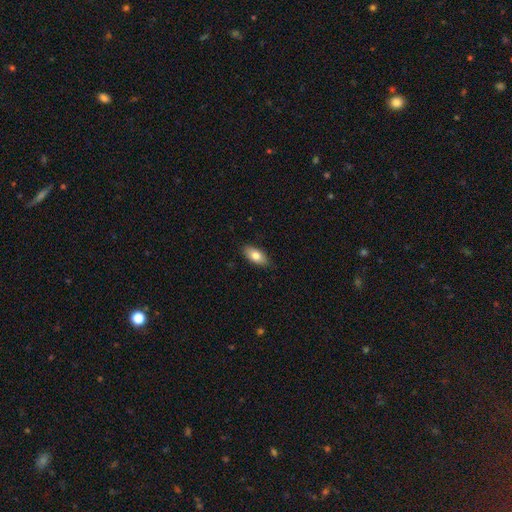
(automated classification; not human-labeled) This is likely a smooth galaxy (78%). How rounded: clearly in between (87%). Merging: clearly none (85%).